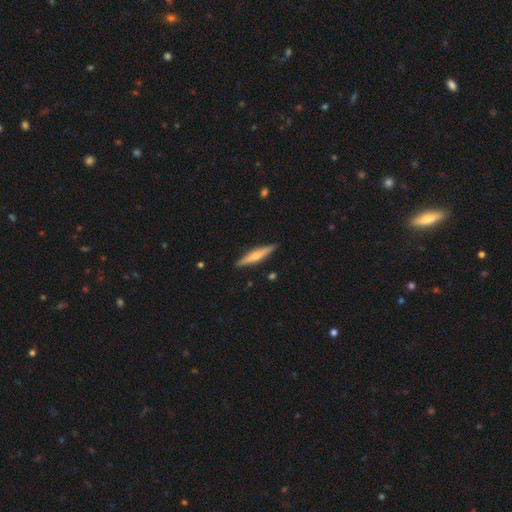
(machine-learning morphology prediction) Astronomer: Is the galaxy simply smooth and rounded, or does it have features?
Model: featured or disk — 53% (runner-up: smooth, 41%).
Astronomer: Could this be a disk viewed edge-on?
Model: yes — 96%.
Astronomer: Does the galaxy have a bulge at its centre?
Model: rounded — 77%.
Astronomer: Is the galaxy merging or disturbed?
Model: none — 89%.